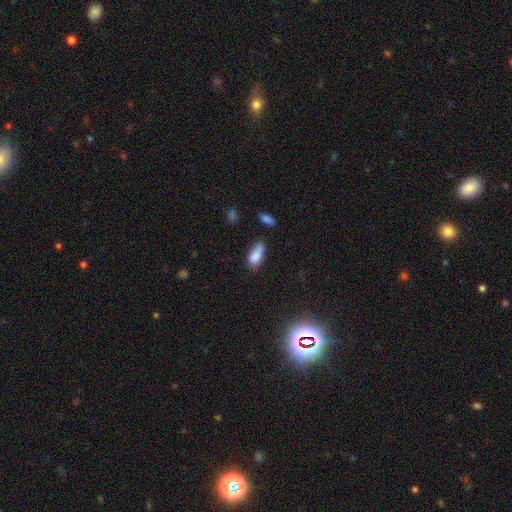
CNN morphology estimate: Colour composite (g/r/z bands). It shows a smooth galaxy with no disk features (82%) that is in between round and cigar-shaped (83%). Merging: none (49%).